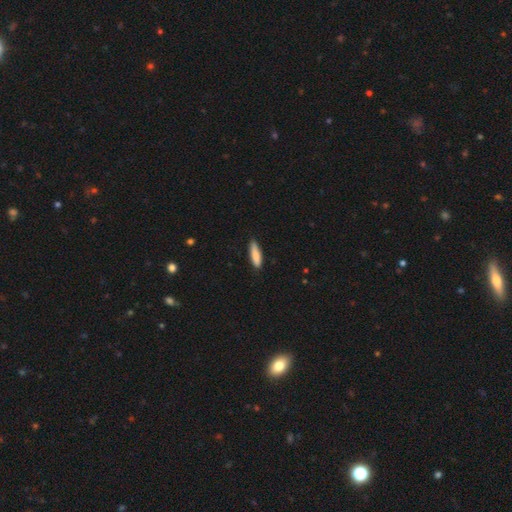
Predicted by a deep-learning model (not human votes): Smooth or featured? Predicted: smooth (p=0.87). How rounded? Predicted: cigar-shaped (p=0.67). Merging? Predicted: none (p=0.84).